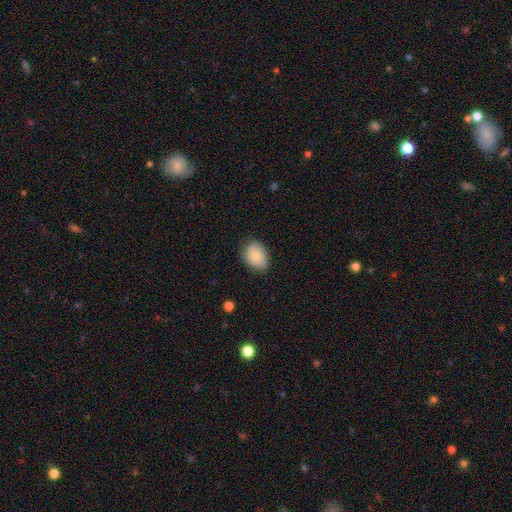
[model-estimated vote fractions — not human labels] Morphology: type=smooth (77%); roundness=in between (68%); merging=none (70%).